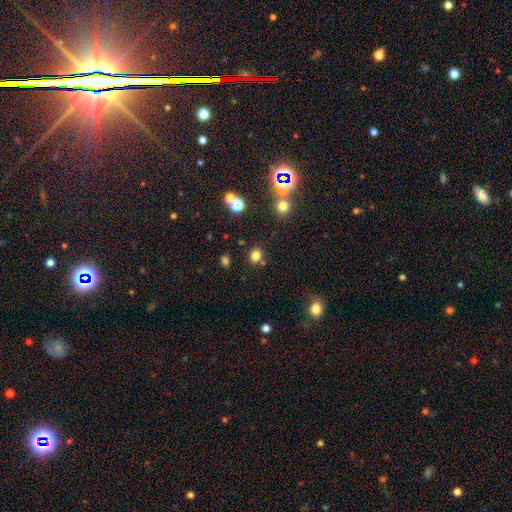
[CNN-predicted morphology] This appears to be a smooth galaxy with no disk features (77%) that is round (67%). Merging: none (82%).